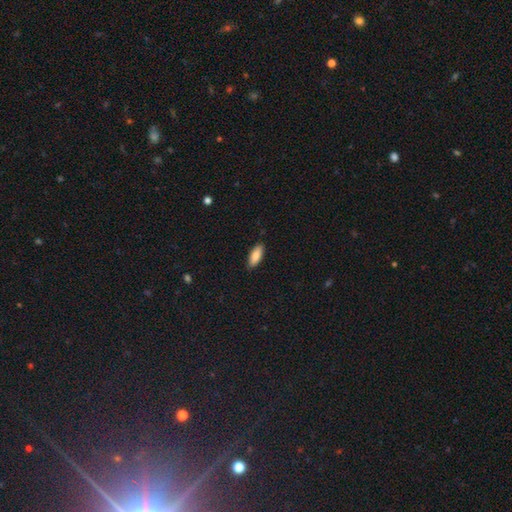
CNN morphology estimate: type=smooth (84%); roundness=in between (74%); merging=none (88%).